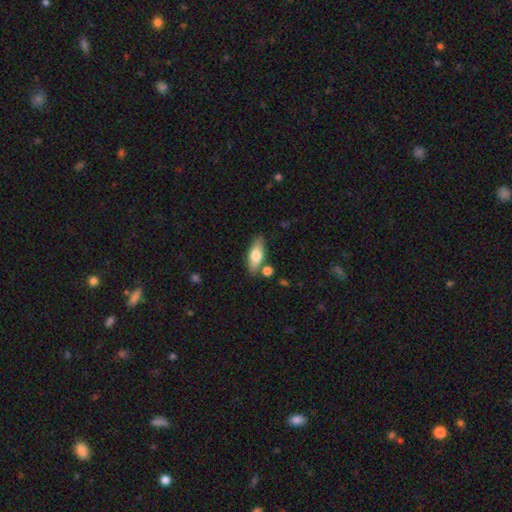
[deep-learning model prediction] Smooth or featured?
  - smooth: 69% *
  - featured or disk: 24%
  - star or artifact: 6%
How rounded?
  - in between: 74% *
  - cigar-shaped: 23%
  - round: 3%
Merging?
  - none: 77% *
  - minor disturbance: 13%
  - merger: 7%
  - major disturbance: 3%